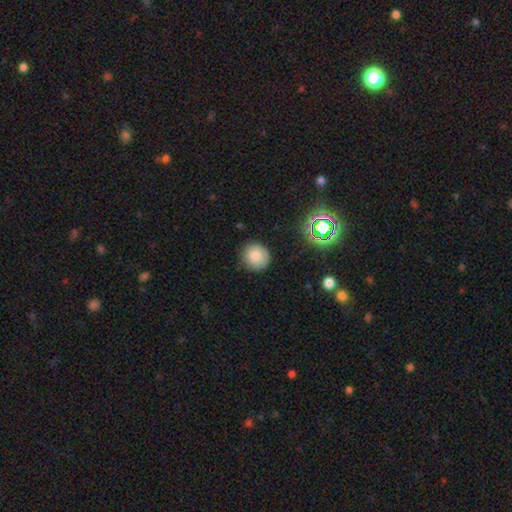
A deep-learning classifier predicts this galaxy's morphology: A smooth galaxy with no disk features (81%) that is round (92%).

Vote fractions:
- Smooth or featured? smooth: 81% / star or artifact: 12% / featured or disk: 7%
- How rounded? round: 92% / in between: 8% / cigar-shaped: 1%
- Merging? none: 86% / minor disturbance: 10% / major disturbance: 3% / merger: 1%